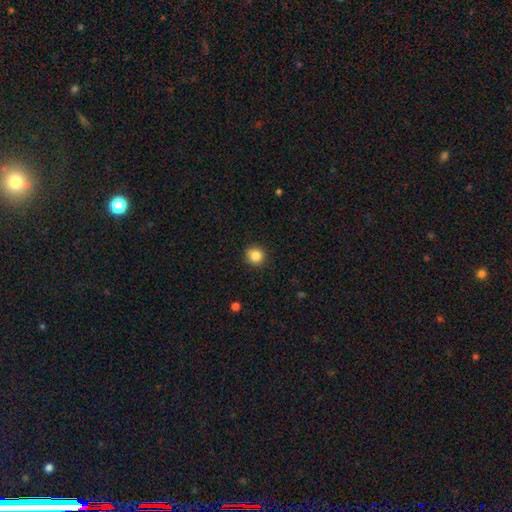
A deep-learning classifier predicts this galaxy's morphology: Smooth or featured? Predicted: smooth (p=0.85). How rounded? Predicted: round (p=0.91). Merging? Predicted: none (p=0.89).